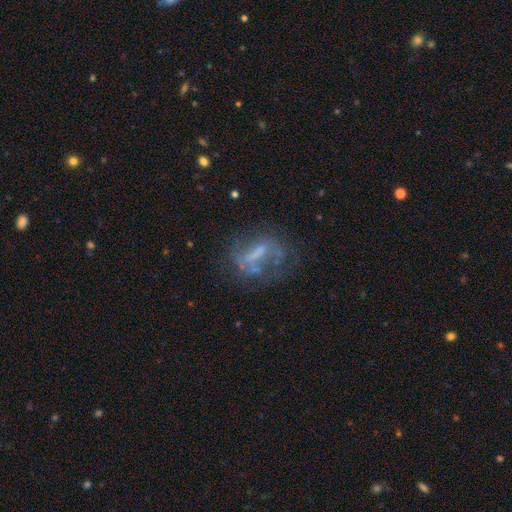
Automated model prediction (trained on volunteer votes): A featured or disk galaxy (61%) with a strong bar (37%), no spiral arms (57%) and no central bulge (47%). Merging: none (48%).